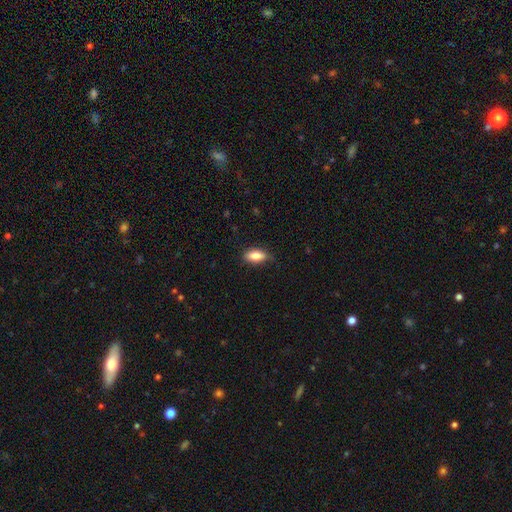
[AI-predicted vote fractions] Smooth or featured? Predicted: smooth (p=0.83). How rounded? Predicted: in between (p=0.84). Merging? Predicted: none (p=0.73).